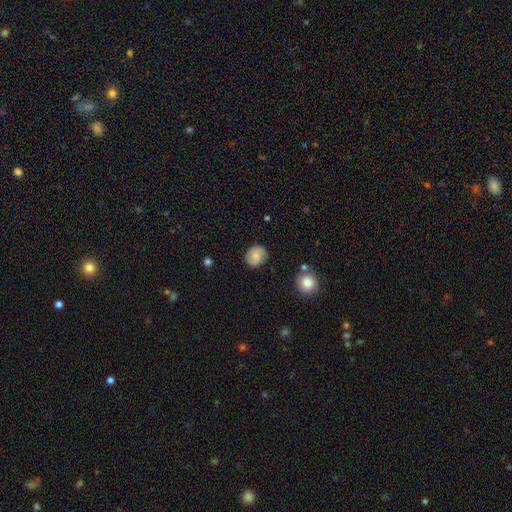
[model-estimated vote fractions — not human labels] Smooth or featured: smooth — 75% (featured or disk — 17%)
How rounded: round — 69% (in between — 30%)
Merging: none — 80% (minor disturbance — 14%)